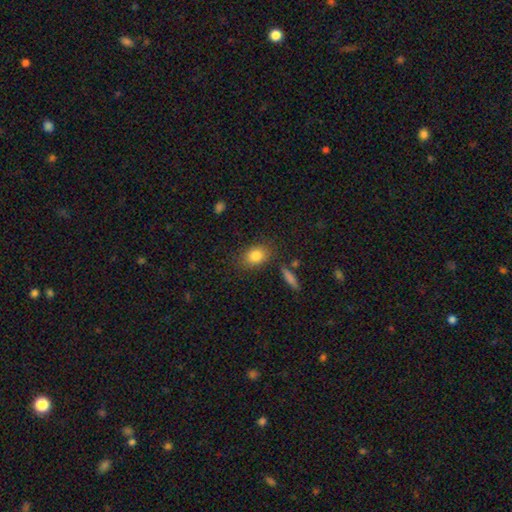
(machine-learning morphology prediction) Smooth or featured? Predicted: smooth (p=0.83). How rounded? Predicted: in between (p=0.66). Merging? Predicted: none (p=0.81).